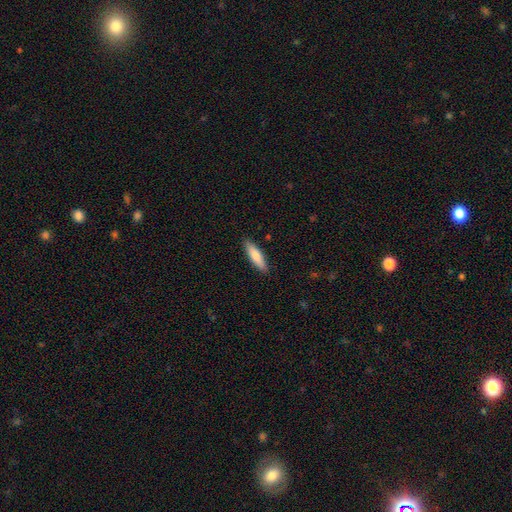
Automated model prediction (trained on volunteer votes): This is clearly a smooth galaxy (80%). How rounded: likely cigar-shaped (64%). Merging: clearly none (89%).